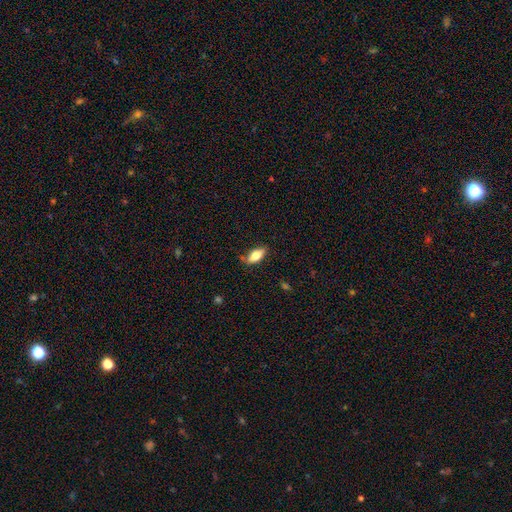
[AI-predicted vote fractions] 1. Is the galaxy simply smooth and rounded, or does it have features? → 71% smooth, 22% featured or disk, 7% star or artifact.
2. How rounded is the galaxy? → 79% in between, 18% cigar-shaped, 3% round.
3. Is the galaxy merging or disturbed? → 81% none, 14% minor disturbance, 3% major disturbance, 2% merger.